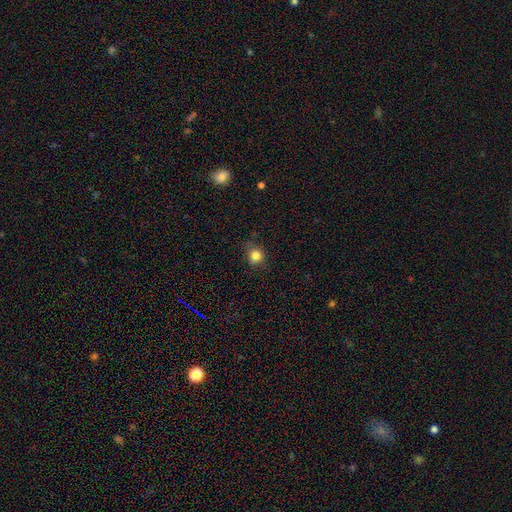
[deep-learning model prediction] Smooth or featured?
  - smooth: 83% *
  - star or artifact: 12%
  - featured or disk: 5%
How rounded?
  - round: 82% *
  - in between: 17%
  - cigar-shaped: 1%
Merging?
  - none: 73% *
  - minor disturbance: 20%
  - major disturbance: 5%
  - merger: 1%